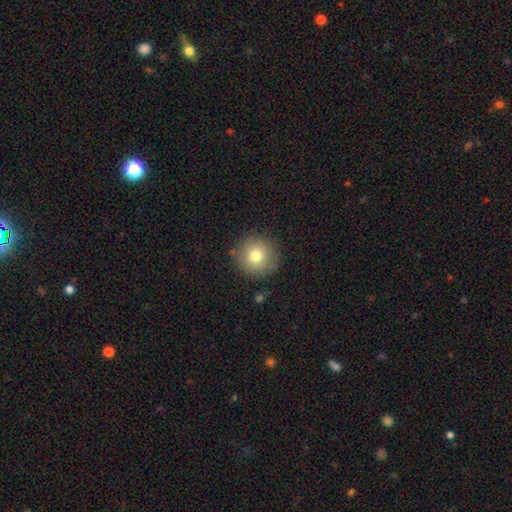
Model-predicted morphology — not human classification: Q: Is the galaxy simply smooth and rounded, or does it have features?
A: smooth — 77%.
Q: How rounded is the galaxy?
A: round — 95%.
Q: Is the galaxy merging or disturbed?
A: none — 86%.